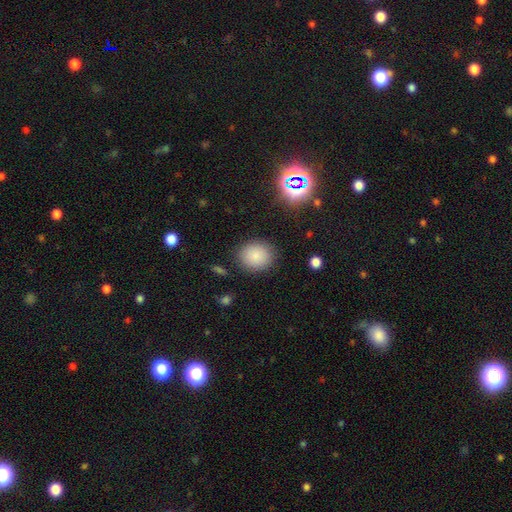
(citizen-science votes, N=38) Smooth or featured: smooth — 92% (featured or disk — 5%)
How rounded: round — 69% (in between — 31%)
Merging: none — 95% (minor disturbance — 5%)